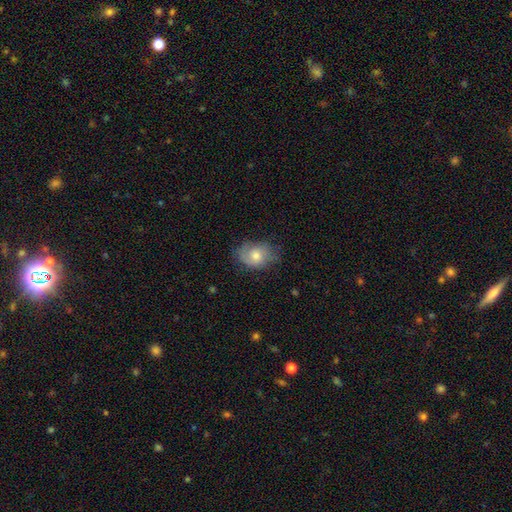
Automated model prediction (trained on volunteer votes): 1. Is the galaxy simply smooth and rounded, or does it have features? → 67% smooth, 25% featured or disk, 8% star or artifact.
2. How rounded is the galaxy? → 67% in between, 31% round, 1% cigar-shaped.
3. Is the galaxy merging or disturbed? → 60% none, 29% minor disturbance, 10% major disturbance, 1% merger.